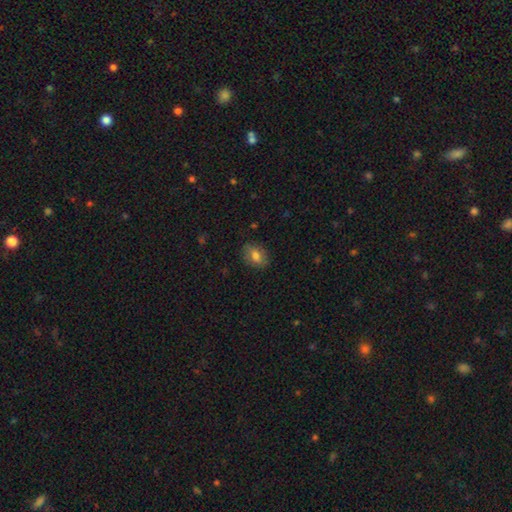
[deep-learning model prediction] The model was most divided on "how rounded": in between: 75%, round: 23%, cigar-shaped: 2%. More confident: merging — none (80%); smooth or featured — smooth (76%).